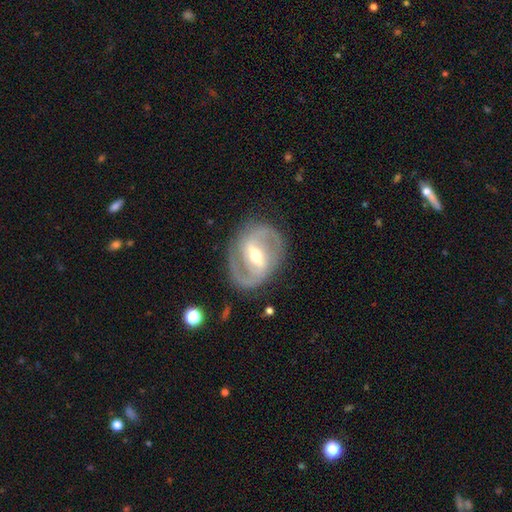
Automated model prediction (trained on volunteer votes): Smooth or featured? Predicted: featured or disk (p=0.87). Edge-on disk? Predicted: no (p=0.97). Bar? Predicted: strong (p=0.48). Spiral arms? Predicted: yes (p=0.92). Spiral winding? Predicted: medium (p=0.52). Spiral arm count? Predicted: 2 (p=0.90). Bulge size? Predicted: moderate (p=0.69). Merging? Predicted: none (p=0.82).